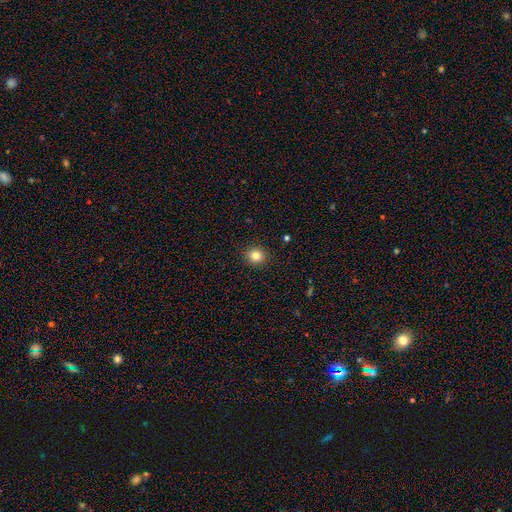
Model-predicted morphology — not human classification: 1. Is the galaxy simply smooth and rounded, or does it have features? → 82% smooth, 11% star or artifact, 6% featured or disk.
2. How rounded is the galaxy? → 84% round, 15% in between, 1% cigar-shaped.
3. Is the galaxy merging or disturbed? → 91% none, 6% minor disturbance, 2% major disturbance, 1% merger.